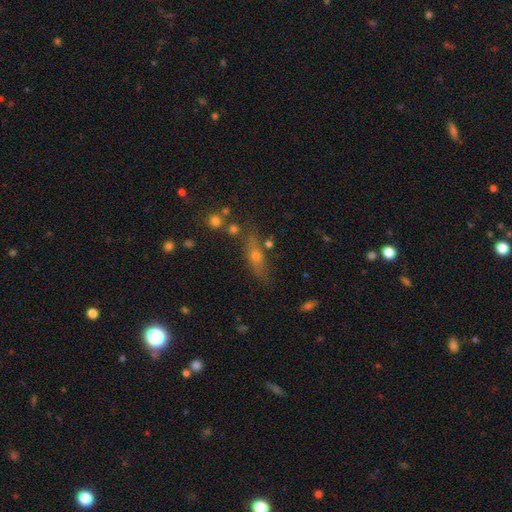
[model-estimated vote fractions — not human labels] Smooth or featured: smooth — 40% (featured or disk — 35%)
Merging: none — 68% (minor disturbance — 14%)